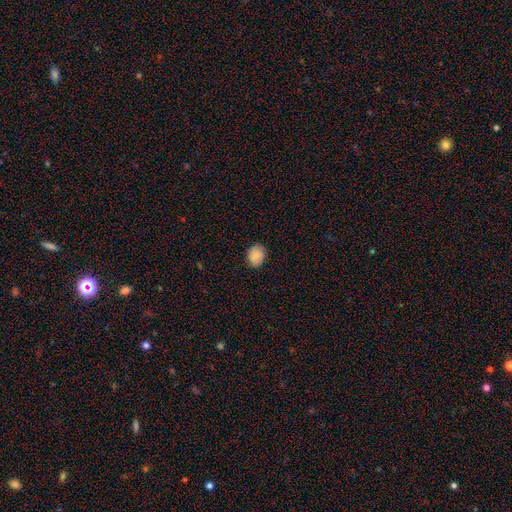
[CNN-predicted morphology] This appears to be a smooth galaxy with no disk features (84%) that is in between round and cigar-shaped (51%). Merging: none (81%).